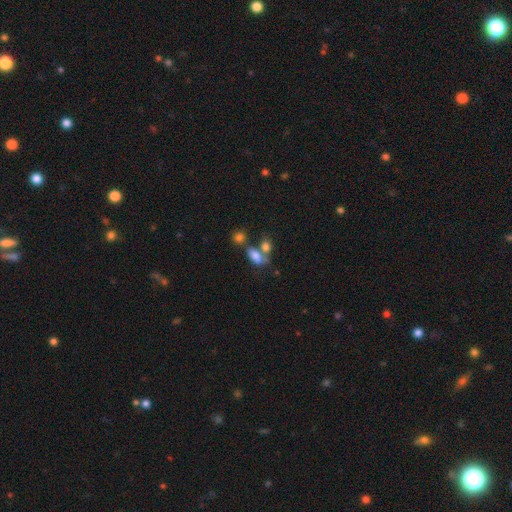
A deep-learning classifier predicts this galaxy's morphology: Overall: smooth (76%). How rounded: in between (86%). Merging: merger (42%; none 36%).